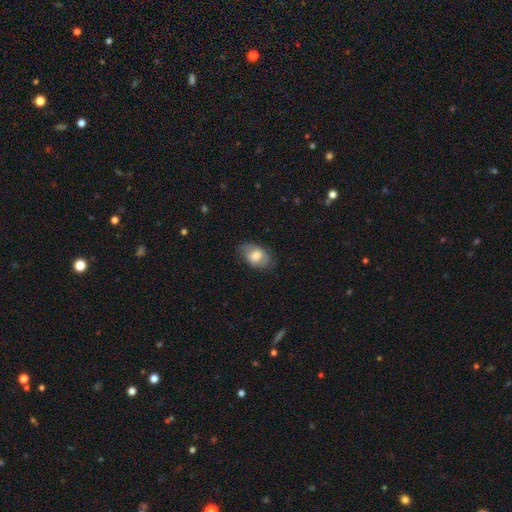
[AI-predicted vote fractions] Overall: smooth (68%). How rounded: in between (85%). Merging: none (69%).